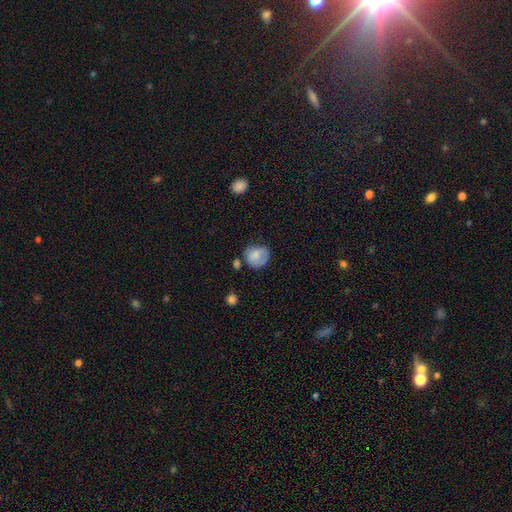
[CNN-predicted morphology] Q: Smooth or featured?
A: smooth (77%); runner-up: featured or disk (15%)
Q: How rounded?
A: round (74%); runner-up: in between (25%)
Q: Merging?
A: none (53%); runner-up: minor disturbance (29%)